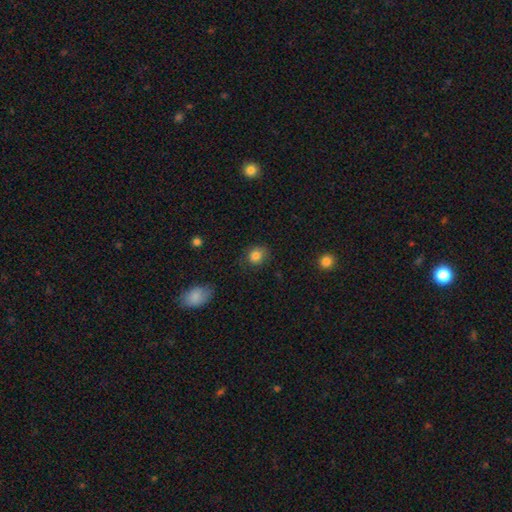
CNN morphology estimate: Smooth or featured: smooth — 84% (star or artifact — 11%)
How rounded: round — 72% (in between — 27%)
Merging: none — 72% (minor disturbance — 20%)